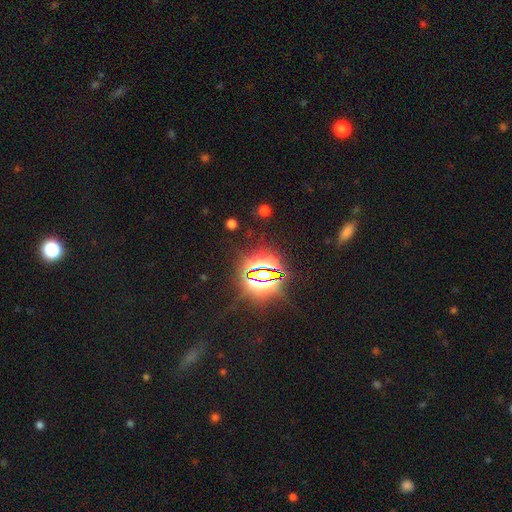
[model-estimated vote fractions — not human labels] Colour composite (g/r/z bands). It shows a star or artifact, not a galaxy (81%).